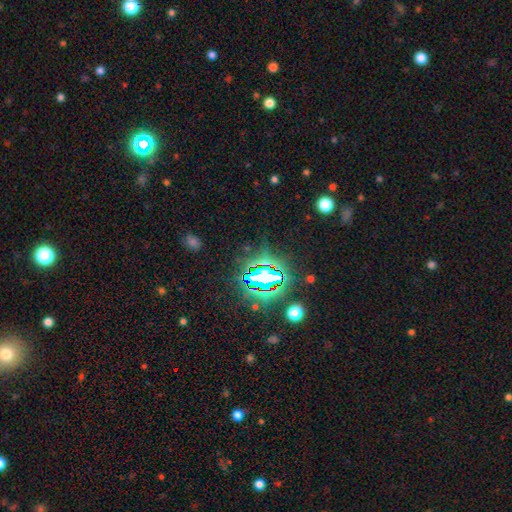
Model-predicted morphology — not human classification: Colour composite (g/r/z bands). It shows a star or artifact, not a galaxy (85%).